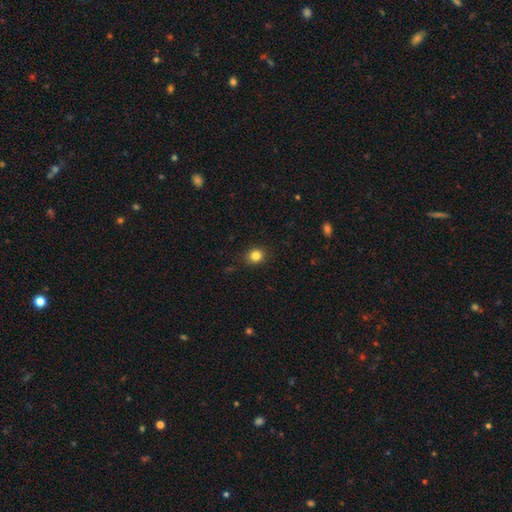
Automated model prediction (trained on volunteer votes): Smooth or featured? Predicted: smooth (p=0.83). How rounded? Predicted: round (p=0.81). Merging? Predicted: none (p=0.89).